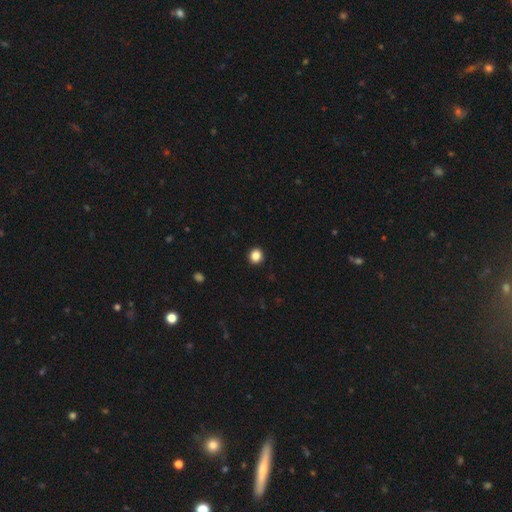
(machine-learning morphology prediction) type=smooth (86%); roundness=round (84%); merging=none (93%).